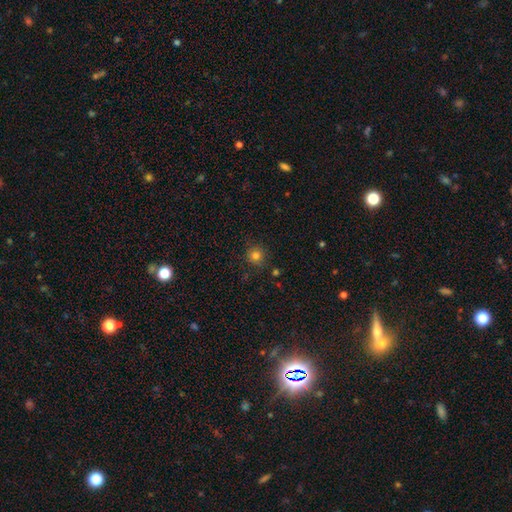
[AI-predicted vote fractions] Smooth or featured: smooth — 80% (star or artifact — 14%)
How rounded: round — 92% (in between — 7%)
Merging: none — 86% (minor disturbance — 10%)